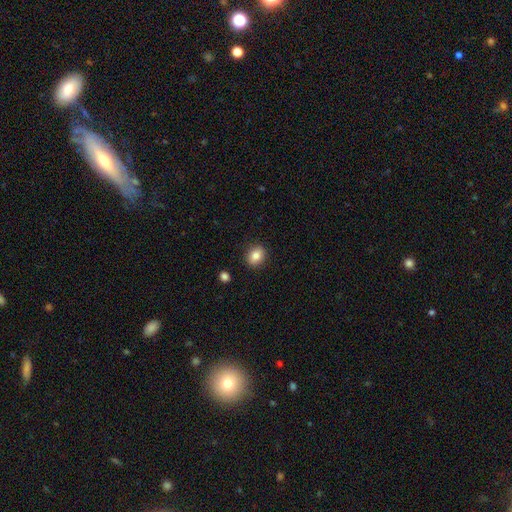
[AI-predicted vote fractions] Overall: smooth (84%). How rounded: in between (49%, tied with round). Merging: none (89%).